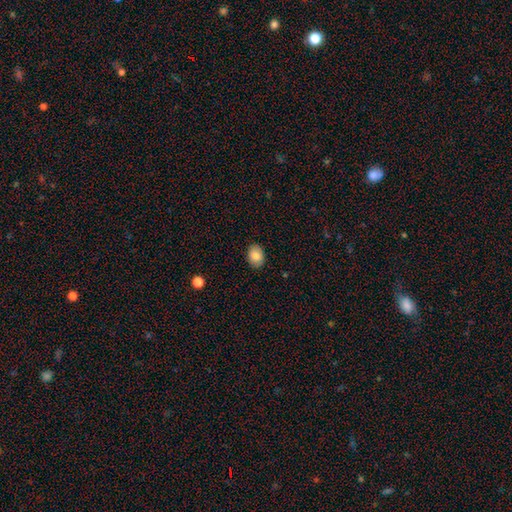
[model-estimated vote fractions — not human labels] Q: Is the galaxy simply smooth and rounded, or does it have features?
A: smooth — 85%.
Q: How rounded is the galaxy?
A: in between — 70%.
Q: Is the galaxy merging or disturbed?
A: none — 88%.